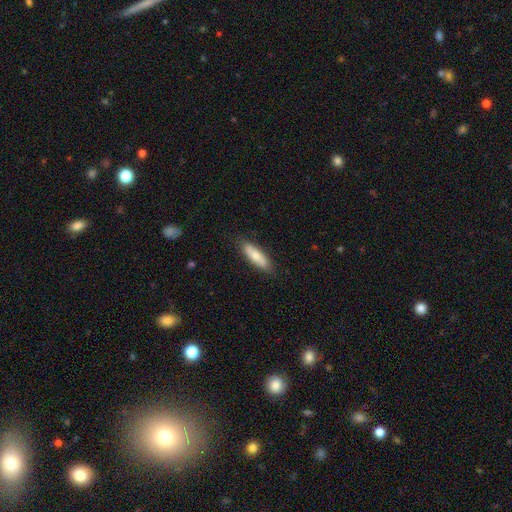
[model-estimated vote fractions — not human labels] Smooth or featured: smooth — 72% (featured or disk — 23%)
How rounded: cigar-shaped — 51% (in between — 47%)
Merging: none — 86% (minor disturbance — 11%)